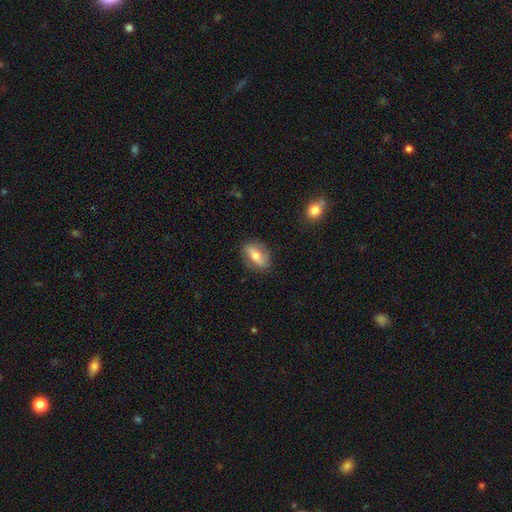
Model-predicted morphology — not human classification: The model was most divided on "smooth or featured": smooth: 50%, featured or disk: 42%, star or artifact: 8%. More confident: merging — none (82%).